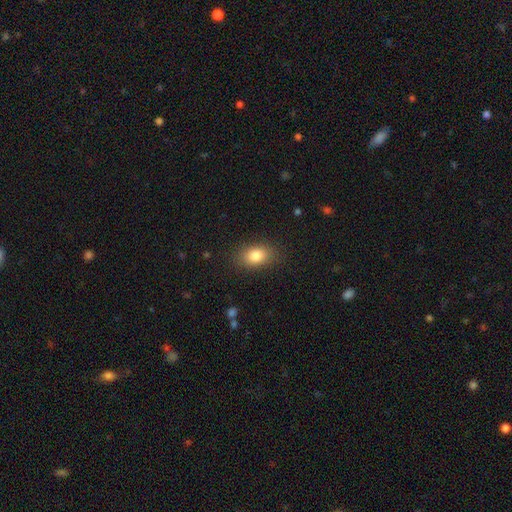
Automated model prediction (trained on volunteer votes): A smooth galaxy with no disk features (83%) that is in between round and cigar-shaped (82%). Merging: none (85%).